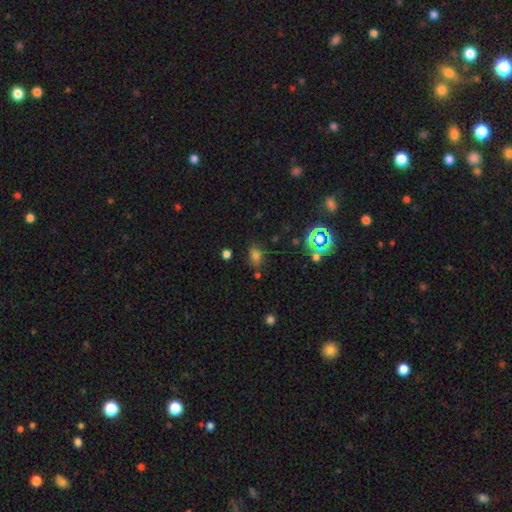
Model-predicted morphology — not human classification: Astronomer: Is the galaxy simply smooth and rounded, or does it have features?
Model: smooth — 64%.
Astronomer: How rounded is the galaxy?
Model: in between — 74%.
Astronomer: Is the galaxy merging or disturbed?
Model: none — 73%.